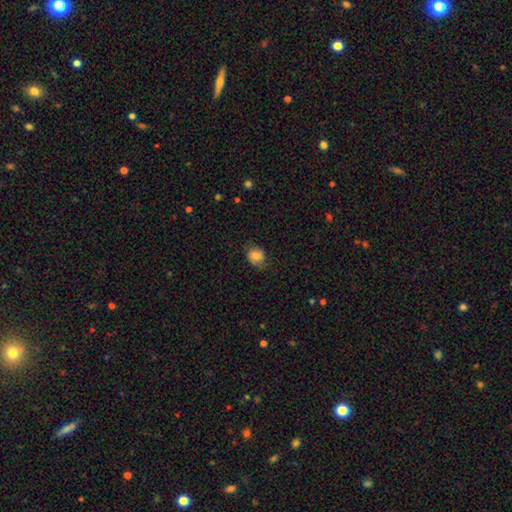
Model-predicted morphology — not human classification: This appears to be a smooth galaxy with no disk features (72%) that is round (60%). Merging: none (66%).